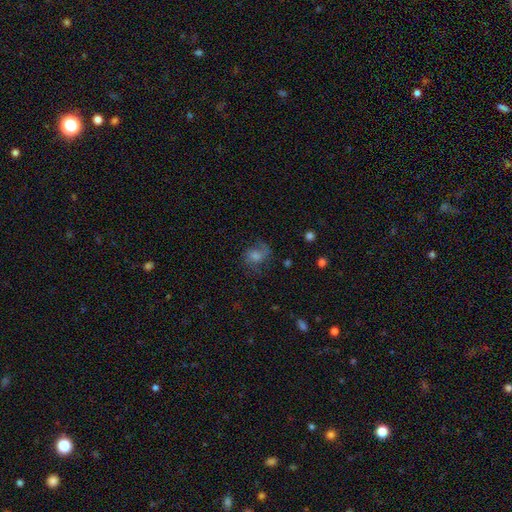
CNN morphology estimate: featured or disk 46%, smooth 33%, star or artifact 21%. Down the decision tree: merging — none (63%).